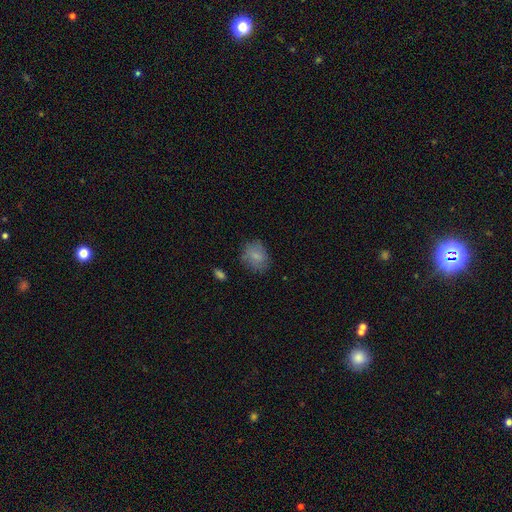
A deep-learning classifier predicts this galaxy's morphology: Overall: smooth (78%). How rounded: in between (53%; round 46%). Merging: none (72%).